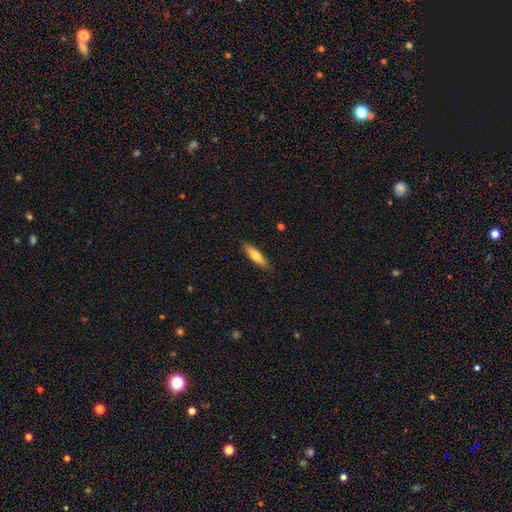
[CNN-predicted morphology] Q: Smooth or featured?
A: smooth (71%); runner-up: featured or disk (23%)
Q: How rounded?
A: cigar-shaped (63%); runner-up: in between (35%)
Q: Merging?
A: none (86%); runner-up: minor disturbance (11%)